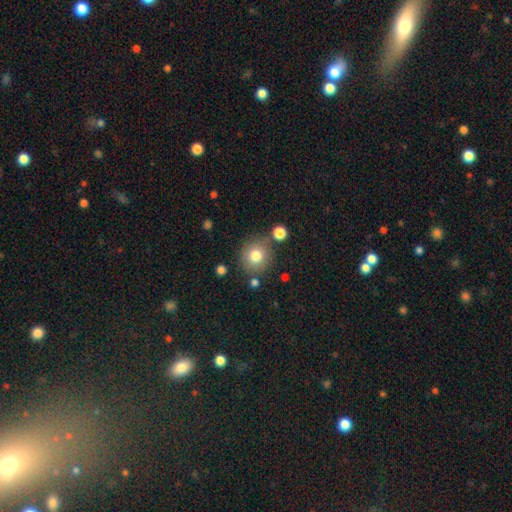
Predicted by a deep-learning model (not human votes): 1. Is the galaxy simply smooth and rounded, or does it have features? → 79% smooth, 11% star or artifact, 10% featured or disk.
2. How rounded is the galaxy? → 88% round, 11% in between, 1% cigar-shaped.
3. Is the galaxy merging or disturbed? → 80% none, 11% minor disturbance, 6% merger, 4% major disturbance.